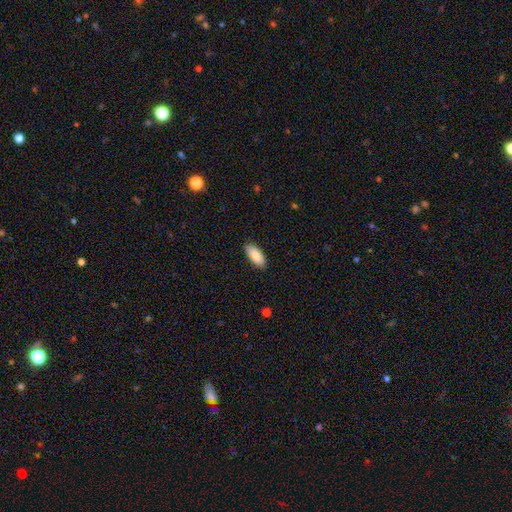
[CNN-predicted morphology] A smooth galaxy with no disk features (86%) that is in between round and cigar-shaped (87%).

Vote fractions:
- Smooth or featured? smooth: 86% / featured or disk: 8% / star or artifact: 6%
- How rounded? in between: 87% / cigar-shaped: 12% / round: 2%
- Merging? none: 88% / minor disturbance: 9% / major disturbance: 2% / merger: 1%